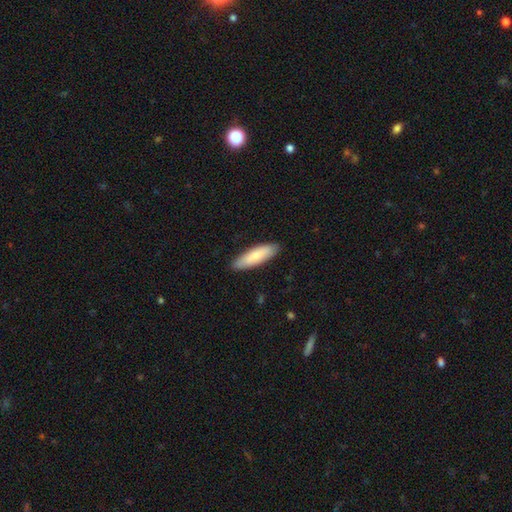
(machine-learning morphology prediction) Smooth or featured? smooth (77%)
How rounded? cigar-shaped (53%)
Merging? none (88%)